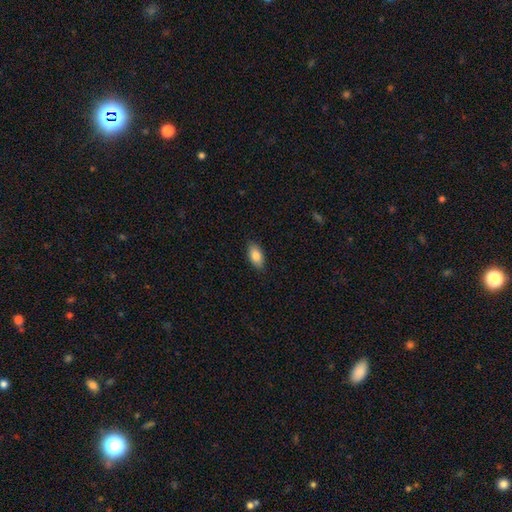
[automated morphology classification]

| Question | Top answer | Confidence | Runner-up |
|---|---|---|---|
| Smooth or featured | smooth | 86% | featured or disk (7%) |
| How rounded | in between | 91% | cigar-shaped (5%) |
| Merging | none | 87% | minor disturbance (10%) |